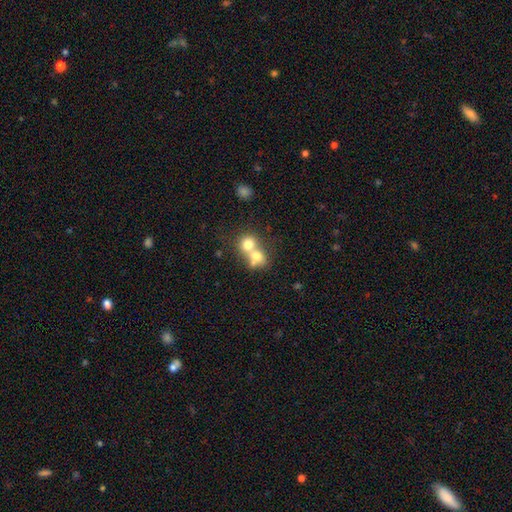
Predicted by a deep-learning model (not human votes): Smooth or featured? Predicted: smooth (p=0.71). How rounded? Predicted: round (p=0.67). Merging? Predicted: merger (p=0.70).